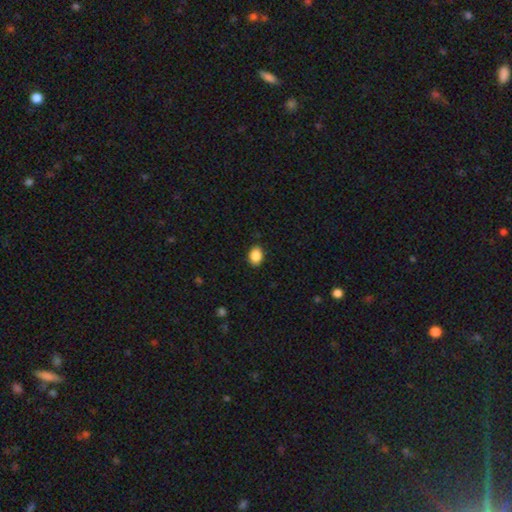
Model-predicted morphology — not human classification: This is clearly a smooth galaxy (88%). How rounded: likely in between (71%). Merging: clearly none (88%).